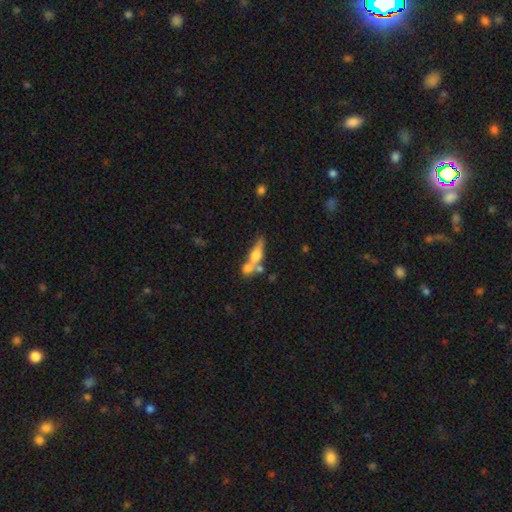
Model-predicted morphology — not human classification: Smooth or featured: smooth — 53% (featured or disk — 38%)
How rounded: in between — 45% (cigar-shaped — 44%)
Merging: merger — 49% (none — 32%)